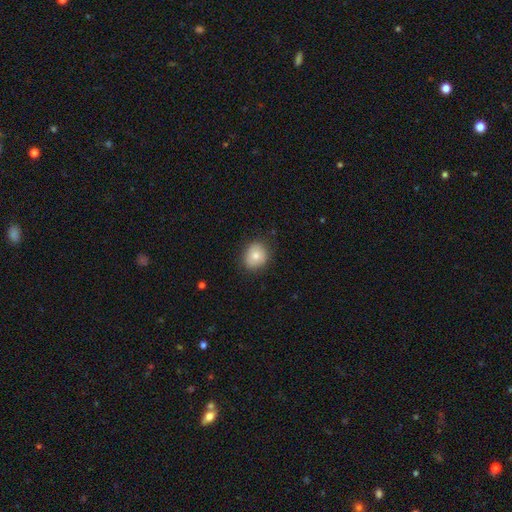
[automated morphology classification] smooth 77%, featured or disk 15%, star or artifact 9%. Down the decision tree: how rounded — round (69%); merging — none (83%).